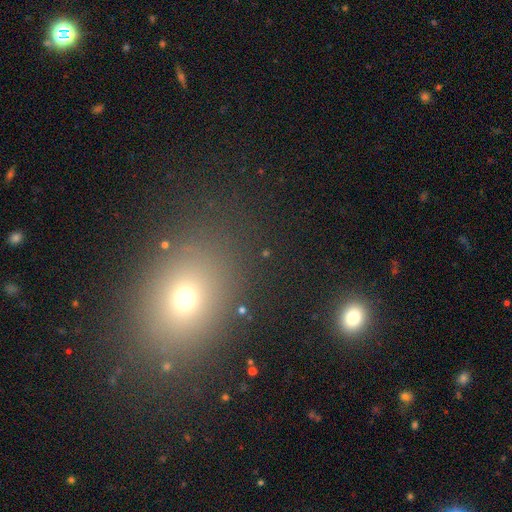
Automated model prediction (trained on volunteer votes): A smooth galaxy with no disk features (64%) that is in between round and cigar-shaped (56%). Merging: none (84%).